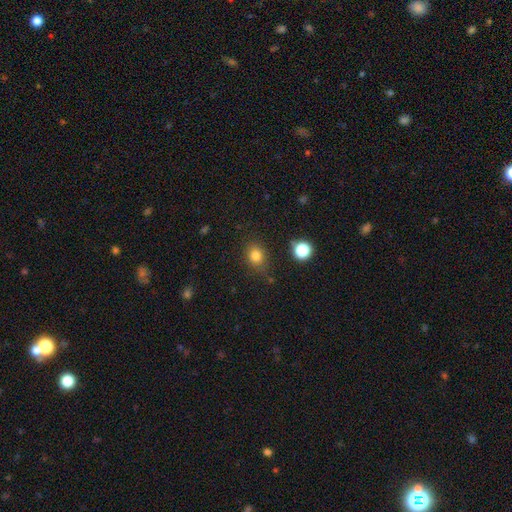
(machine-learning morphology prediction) This appears to be a smooth galaxy with no disk features (81%) that is round (62%). Merging: none (78%).